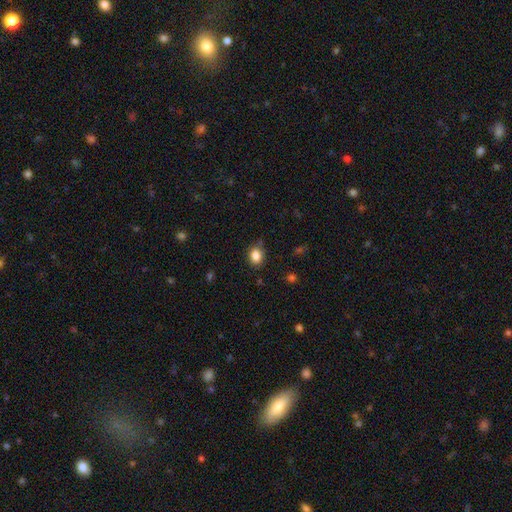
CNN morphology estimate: smooth 84%, star or artifact 10%, featured or disk 5%. Down the decision tree: how rounded — in between (59%); merging — none (76%).